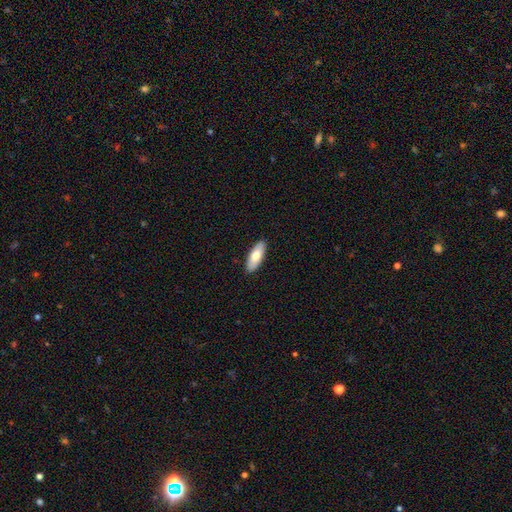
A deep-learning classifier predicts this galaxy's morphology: A smooth galaxy with no disk features (73%) that is in between round and cigar-shaped (75%).

Vote fractions:
- Smooth or featured? smooth: 73% / featured or disk: 22% / star or artifact: 5%
- How rounded? in between: 75% / cigar-shaped: 23% / round: 2%
- Merging? none: 90% / minor disturbance: 7% / major disturbance: 1% / merger: 1%